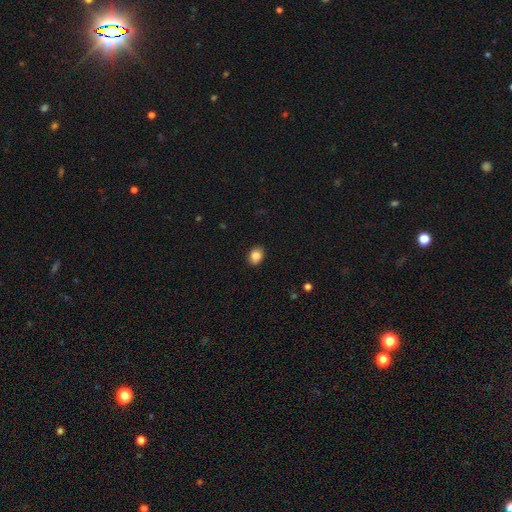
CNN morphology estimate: Smooth or featured? smooth (86%)
How rounded? in between (62%)
Merging? none (89%)